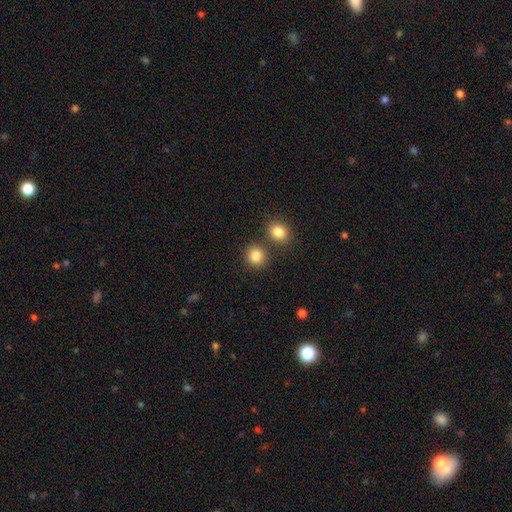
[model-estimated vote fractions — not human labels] smooth_or_featured: smooth (p=0.85) [alt: star or artifact p=0.10]
how_rounded: round (p=0.83) [alt: in between p=0.16]
merging: none (p=0.75) [alt: merger p=0.14]